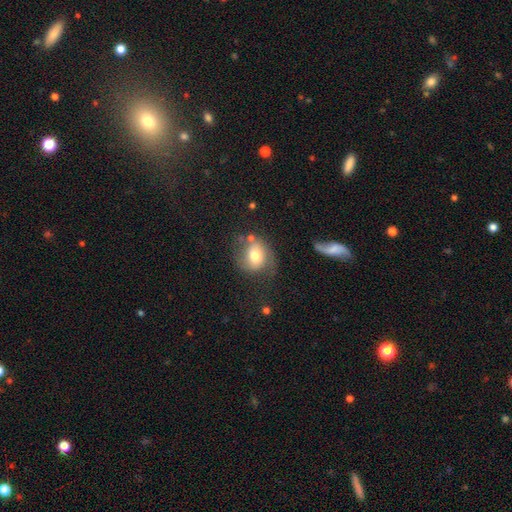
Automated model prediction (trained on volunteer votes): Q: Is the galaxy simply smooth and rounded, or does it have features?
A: smooth — 65%.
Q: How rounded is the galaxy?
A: round — 64%.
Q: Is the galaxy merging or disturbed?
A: none — 55%.